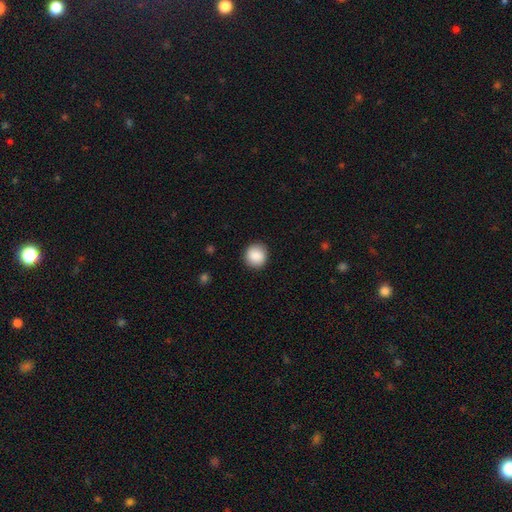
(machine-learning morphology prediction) smooth 89%, star or artifact 8%, featured or disk 4%. Down the decision tree: how rounded — round (91%); merging — none (90%).